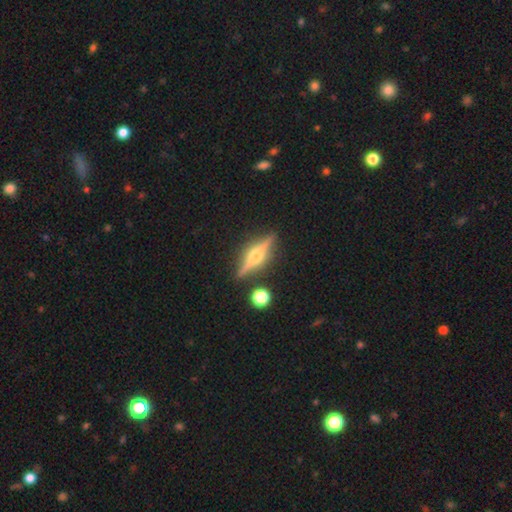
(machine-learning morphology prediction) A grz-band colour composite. It shows a featured or disk galaxy (80%) viewed edge-on (97%) with a rounded central bulge (95%). Merging: none (88%).